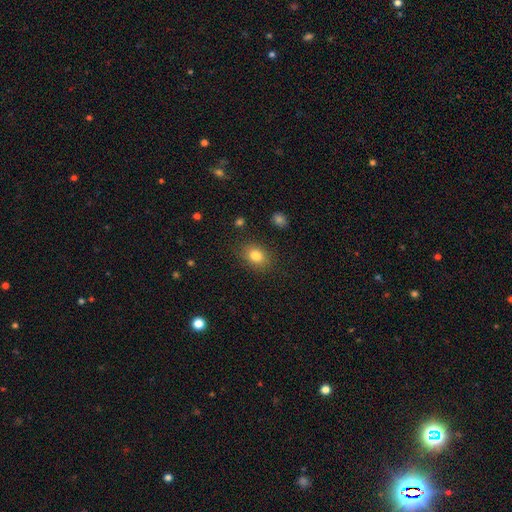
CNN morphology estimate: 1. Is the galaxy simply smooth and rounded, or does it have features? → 82% smooth, 10% star or artifact, 8% featured or disk.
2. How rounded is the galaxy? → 65% in between, 34% round, 1% cigar-shaped.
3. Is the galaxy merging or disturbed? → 84% none, 11% minor disturbance, 3% major disturbance, 1% merger.